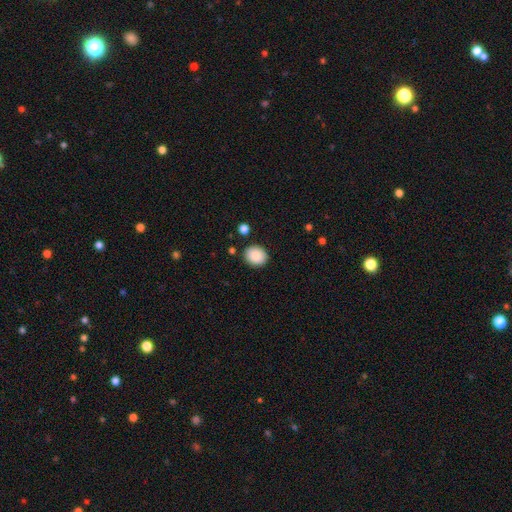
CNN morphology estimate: Q: Smooth or featured?
A: smooth (88%); runner-up: star or artifact (7%)
Q: How rounded?
A: round (62%); runner-up: in between (37%)
Q: Merging?
A: none (88%); runner-up: minor disturbance (8%)